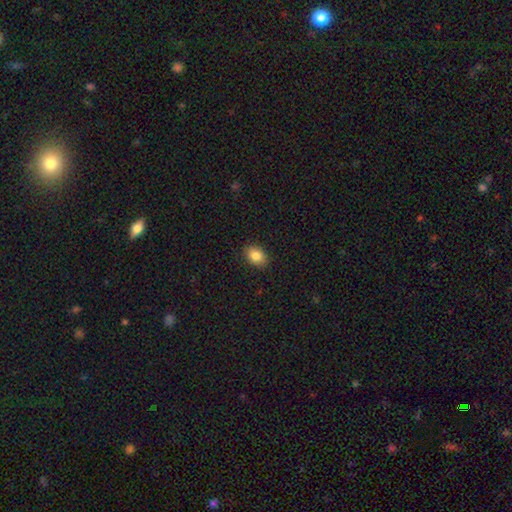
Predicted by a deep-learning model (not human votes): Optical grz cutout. It shows a smooth galaxy with no disk features (86%) that is in between round and cigar-shaped (77%). Merging: none (88%).